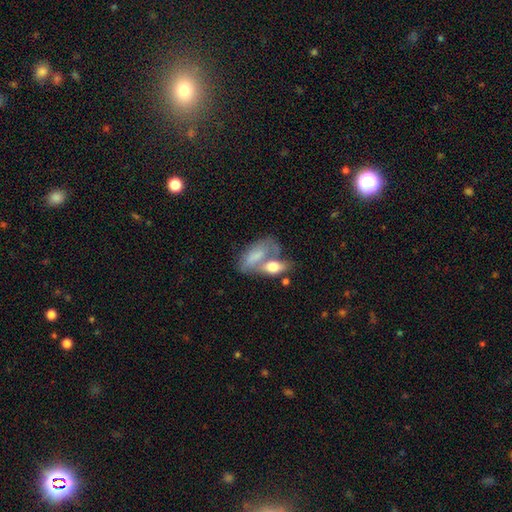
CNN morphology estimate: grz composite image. It shows a smooth galaxy with no disk features (68%) that is in between round and cigar-shaped (86%). Merging: merger (56%).